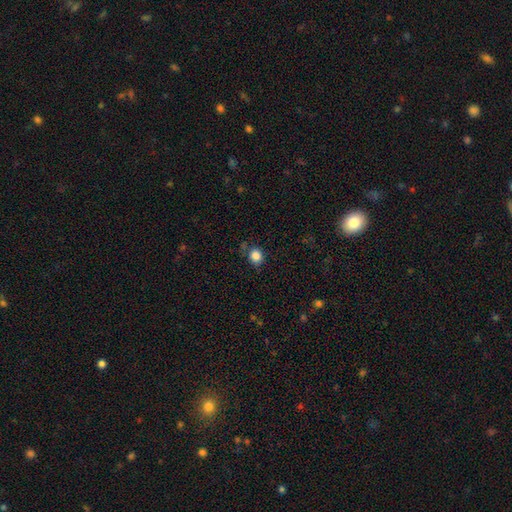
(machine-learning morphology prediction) Smooth or featured: smooth — 84% (star or artifact — 11%)
How rounded: round — 74% (in between — 25%)
Merging: none — 73% (minor disturbance — 18%)